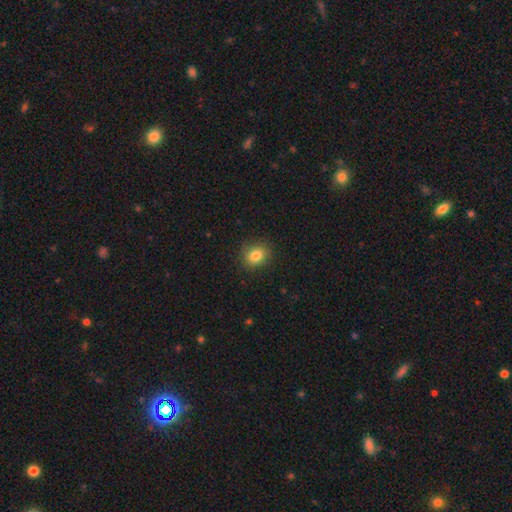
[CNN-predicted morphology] Smooth or featured?
  - smooth: 83% *
  - star or artifact: 11%
  - featured or disk: 6%
How rounded?
  - round: 62% *
  - in between: 37%
  - cigar-shaped: 1%
Merging?
  - none: 87% *
  - minor disturbance: 10%
  - major disturbance: 3%
  - merger: 1%